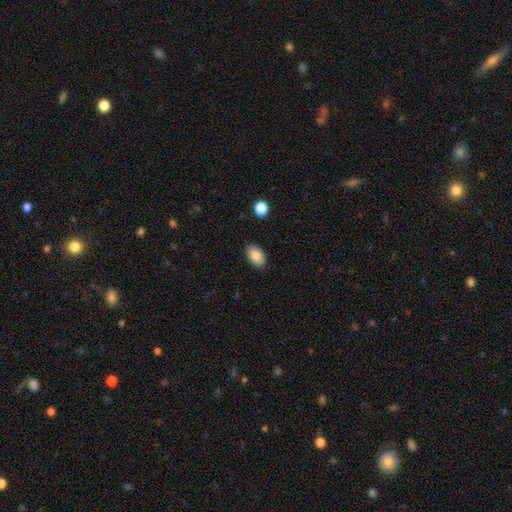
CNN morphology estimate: This appears to be a smooth galaxy with no disk features (88%) that is in between round and cigar-shaped (92%). Merging: none (86%).